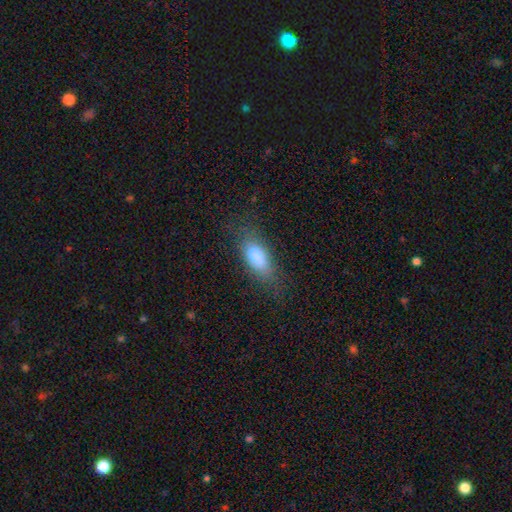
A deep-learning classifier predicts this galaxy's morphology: A smooth galaxy with no disk features (77%) that is in between round and cigar-shaped (77%).

Vote fractions:
- Smooth or featured? smooth: 77% / featured or disk: 15% / star or artifact: 9%
- How rounded? in between: 77% / cigar-shaped: 20% / round: 4%
- Merging? none: 70% / minor disturbance: 20% / major disturbance: 9% / merger: 2%